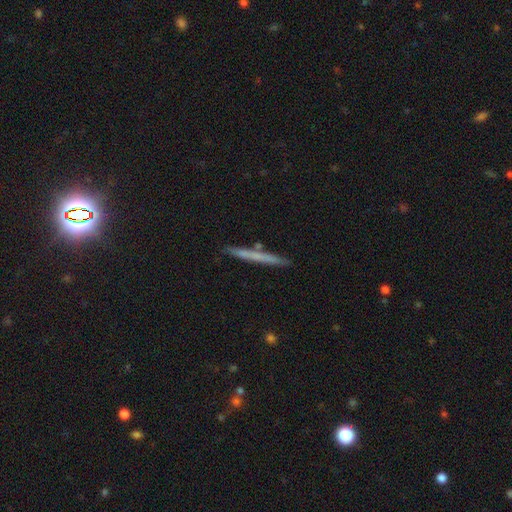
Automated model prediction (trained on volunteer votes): This is possibly a smooth galaxy (54%). How rounded: clearly cigar-shaped (97%). Merging: clearly none (87%).